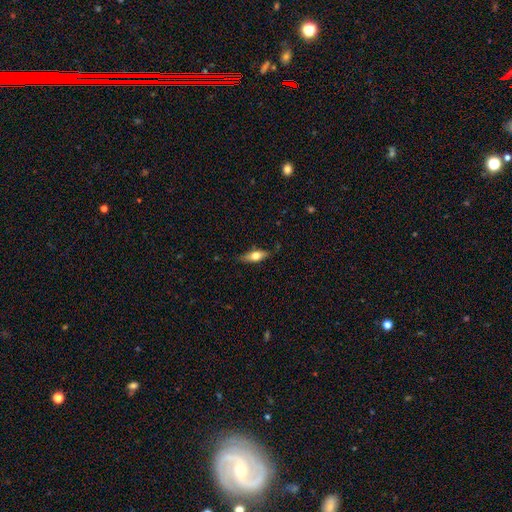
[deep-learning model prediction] smooth-or-featured: smooth: 59% | featured or disk: 35% | star or artifact: 6%
  how-rounded: in between: 56% | cigar-shaped: 40% | round: 3%
  merging: none: 80% | minor disturbance: 16% | major disturbance: 3% | merger: 1%